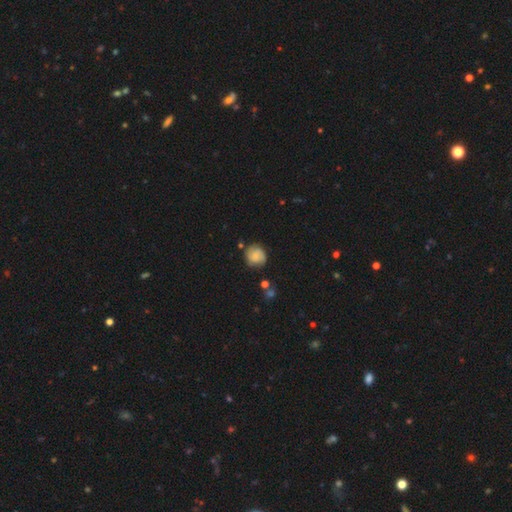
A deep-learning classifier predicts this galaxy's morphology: Q: Smooth or featured?
A: smooth (57%); runner-up: featured or disk (35%)
Q: How rounded?
A: round (85%); runner-up: in between (14%)
Q: Merging?
A: none (72%); runner-up: minor disturbance (19%)